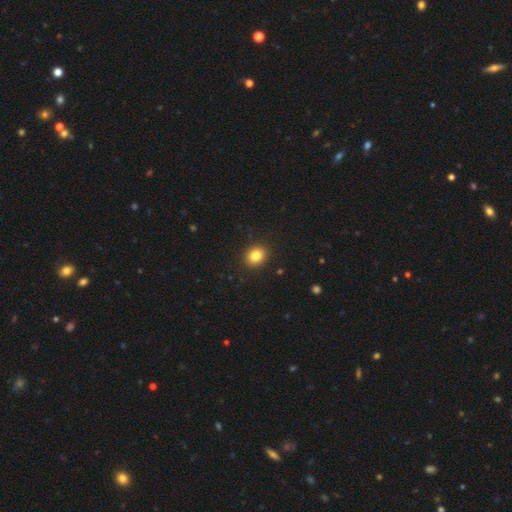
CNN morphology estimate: Smooth or featured?
  - smooth: 84% *
  - star or artifact: 10%
  - featured or disk: 6%
How rounded?
  - round: 60% *
  - in between: 39%
  - cigar-shaped: 1%
Merging?
  - none: 90% *
  - minor disturbance: 7%
  - major disturbance: 2%
  - merger: 1%